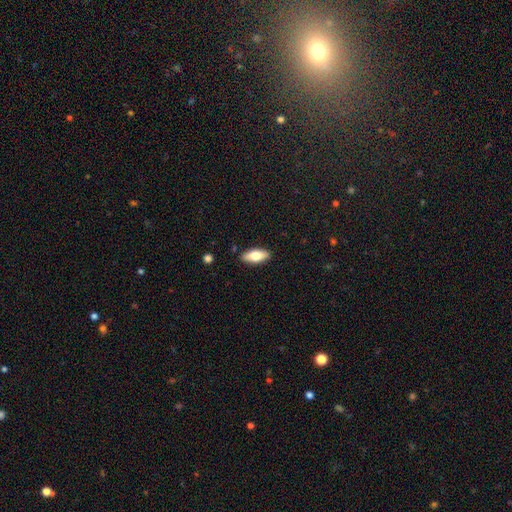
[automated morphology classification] type=smooth (72%); roundness=in between (84%); merging=none (88%).